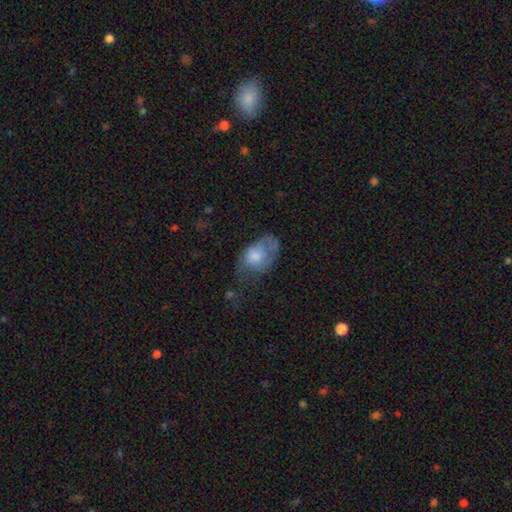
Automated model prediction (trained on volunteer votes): Smooth or featured: smooth — 63% (featured or disk — 28%)
How rounded: in between — 85% (round — 14%)
Merging: major disturbance — 37% (minor disturbance — 32%)